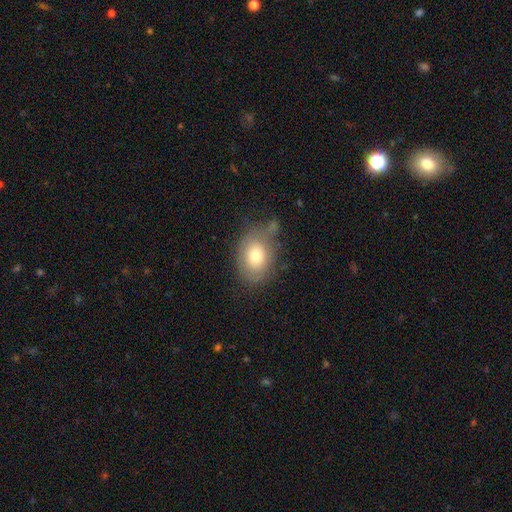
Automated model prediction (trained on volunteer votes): Morphology: type=smooth (70%); roundness=in between (67%); merging=none (56%).